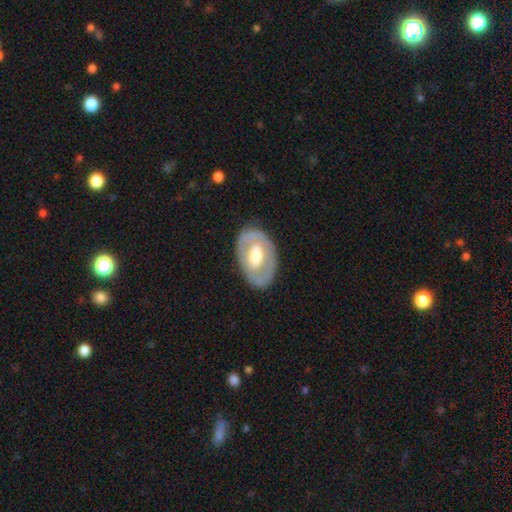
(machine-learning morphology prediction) Smooth or featured? Predicted: featured or disk (p=0.58). Edge-on disk? Predicted: no (p=0.92). Bar? Predicted: no (p=0.56). Spiral arms? Predicted: no (p=0.75). Bulge size? Predicted: moderate (p=0.56). Merging? Predicted: none (p=0.79).